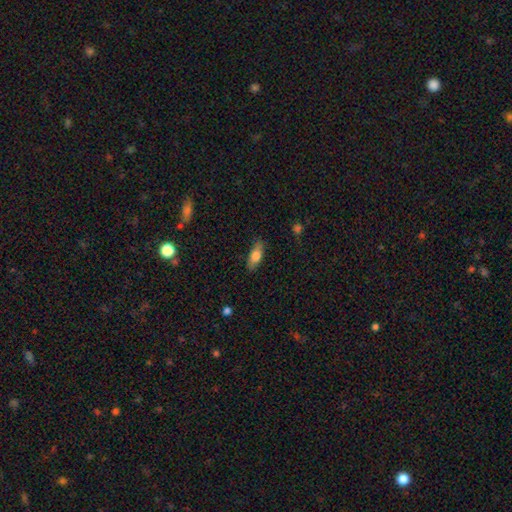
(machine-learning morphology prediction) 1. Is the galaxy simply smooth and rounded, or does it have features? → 73% smooth, 20% featured or disk, 7% star or artifact.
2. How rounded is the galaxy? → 69% in between, 28% cigar-shaped, 3% round.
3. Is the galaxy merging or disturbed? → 84% none, 12% minor disturbance, 3% major disturbance, 1% merger.